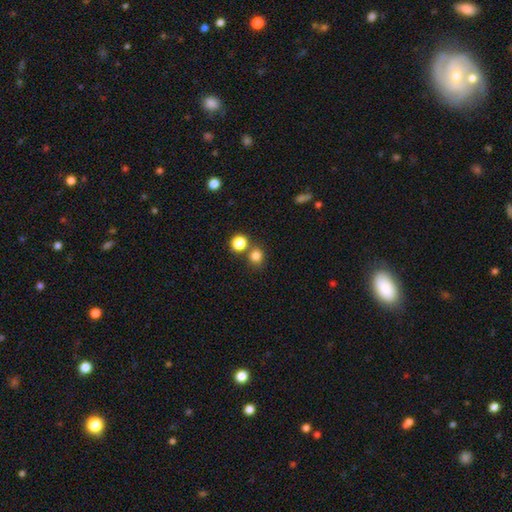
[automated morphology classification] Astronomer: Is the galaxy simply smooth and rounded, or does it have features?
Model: smooth — 80%.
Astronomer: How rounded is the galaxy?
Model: round — 84%.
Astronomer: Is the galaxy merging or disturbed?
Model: none — 67%.